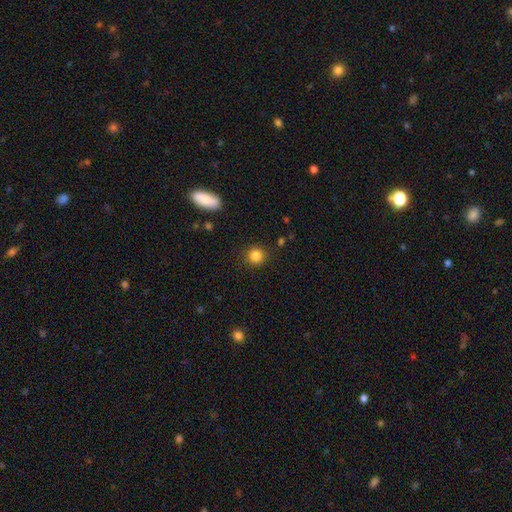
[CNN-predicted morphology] smooth-or-featured: smooth: 84% | star or artifact: 12% | featured or disk: 4%
  how-rounded: round: 91% | in between: 8% | cigar-shaped: 1%
  merging: none: 88% | minor disturbance: 8% | major disturbance: 3% | merger: 2%